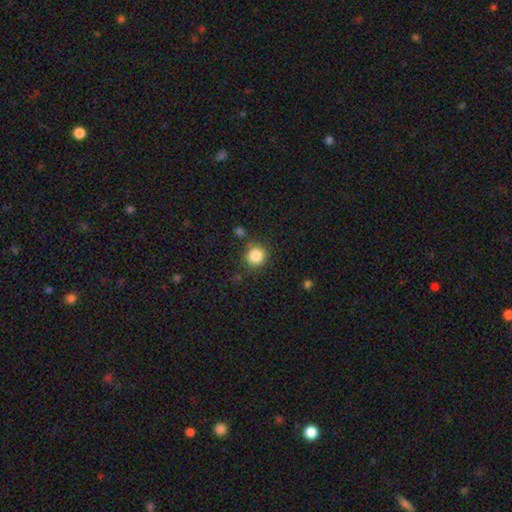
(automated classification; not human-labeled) Smooth or featured? Predicted: smooth (p=0.85). How rounded? Predicted: round (p=0.91). Merging? Predicted: none (p=0.82).